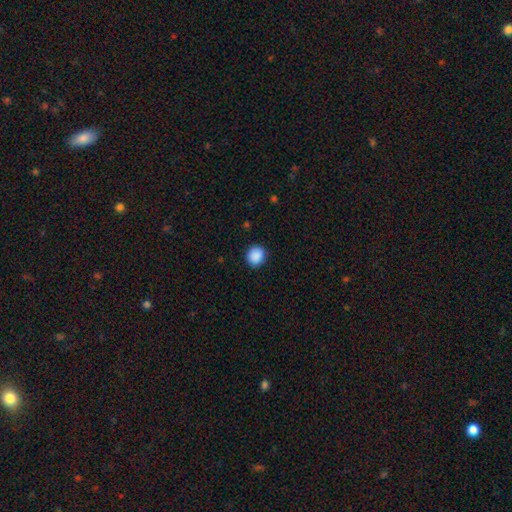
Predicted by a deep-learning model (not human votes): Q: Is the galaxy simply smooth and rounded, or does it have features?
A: smooth — 89%.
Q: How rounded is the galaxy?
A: round — 80%.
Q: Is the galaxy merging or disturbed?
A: none — 89%.